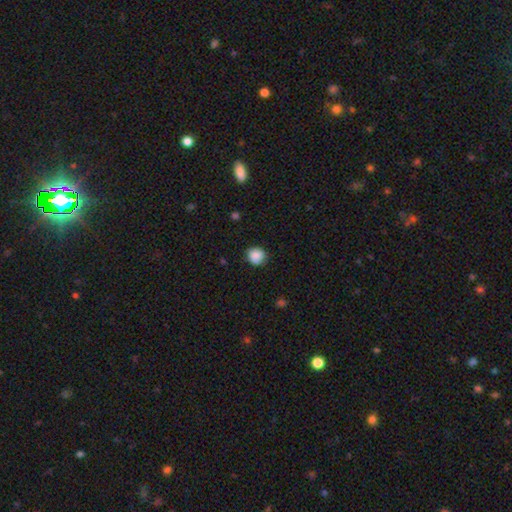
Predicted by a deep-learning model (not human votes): Smooth or featured? Predicted: smooth (p=0.86). How rounded? Predicted: round (p=0.88). Merging? Predicted: none (p=0.83).